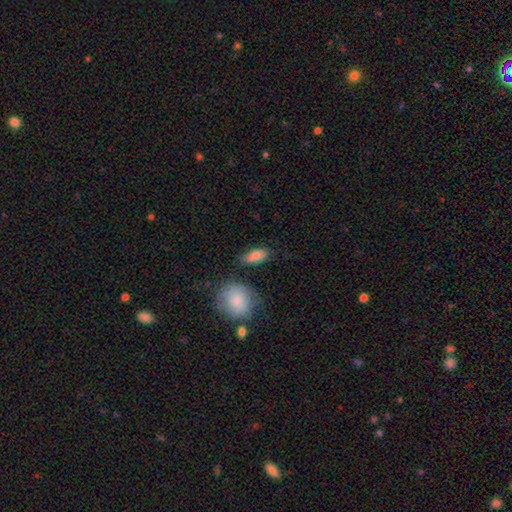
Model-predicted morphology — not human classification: type=smooth (81%); roundness=in between (84%); merging=none (62%).